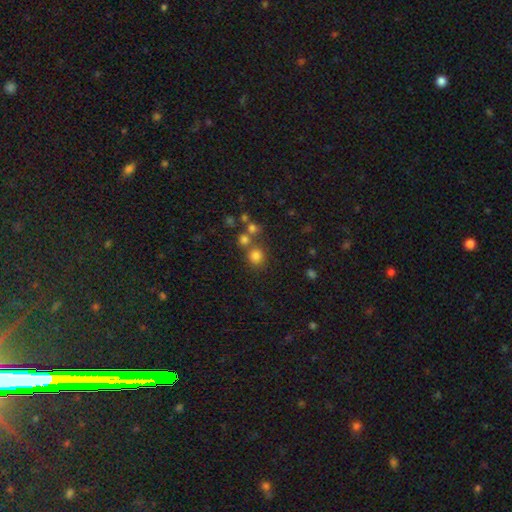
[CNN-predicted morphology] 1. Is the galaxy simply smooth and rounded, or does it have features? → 77% smooth, 16% star or artifact, 7% featured or disk.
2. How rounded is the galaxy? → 88% round, 11% in between, 1% cigar-shaped.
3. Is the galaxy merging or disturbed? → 70% none, 18% merger, 8% minor disturbance, 4% major disturbance.